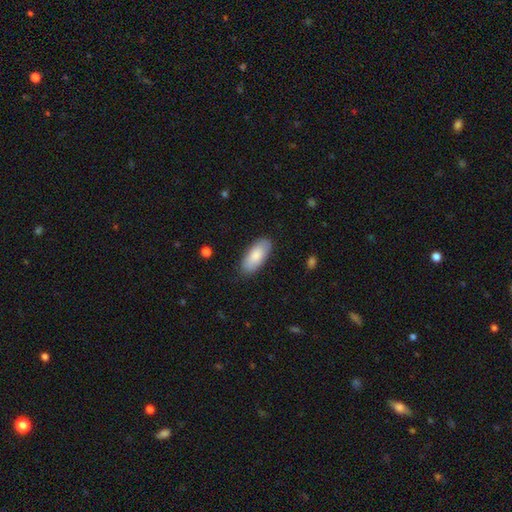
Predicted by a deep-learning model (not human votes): smooth_or_featured: smooth (p=0.83) [alt: featured or disk p=0.11]
how_rounded: in between (p=0.89) [alt: cigar-shaped p=0.09]
merging: none (p=0.84) [alt: minor disturbance p=0.13]